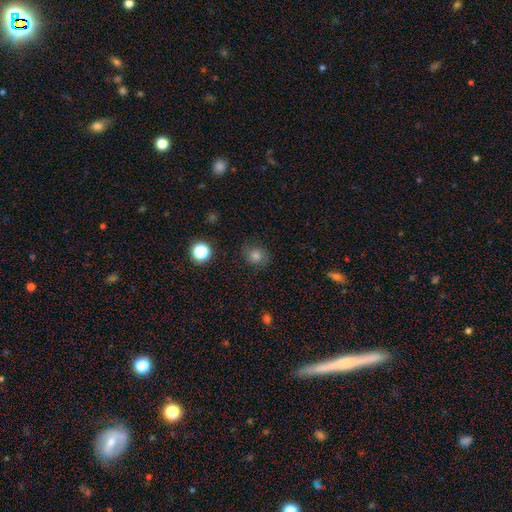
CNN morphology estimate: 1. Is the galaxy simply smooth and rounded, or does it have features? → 72% smooth, 19% star or artifact, 9% featured or disk.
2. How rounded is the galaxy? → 82% round, 17% in between, 1% cigar-shaped.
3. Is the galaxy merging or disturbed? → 78% none, 15% minor disturbance, 5% major disturbance, 2% merger.